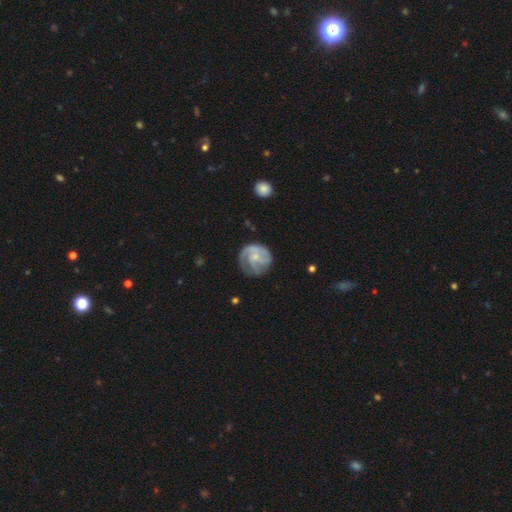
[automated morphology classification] Smooth or featured?
  - featured or disk: 71% *
  - smooth: 23%
  - star or artifact: 6%
Edge-on disk?
  - no: 98% *
  - yes: 2%
Bar?
  - no: 66% *
  - weak: 29%
  - strong: 5%
Spiral arms?
  - yes: 90% *
  - no: 10%
Spiral winding?
  - tight: 49% *
  - medium: 36%
  - loose: 14%
Spiral arm count?
  - 3: 31% *
  - can't tell: 26%
  - 2: 24%
  - 1: 9%
  - 4: 6%
  - more than 4: 4%
Bulge size?
  - small: 62% *
  - moderate: 24%
  - none: 12%
  - large: 2%
  - dominant: 1%
Merging?
  - none: 64% *
  - minor disturbance: 21%
  - major disturbance: 13%
  - merger: 2%